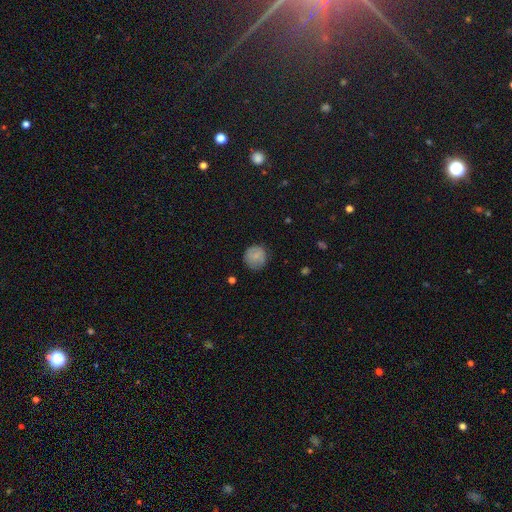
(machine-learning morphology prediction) Smooth or featured: smooth — 79% (featured or disk — 13%)
How rounded: round — 89% (in between — 10%)
Merging: none — 80% (minor disturbance — 15%)